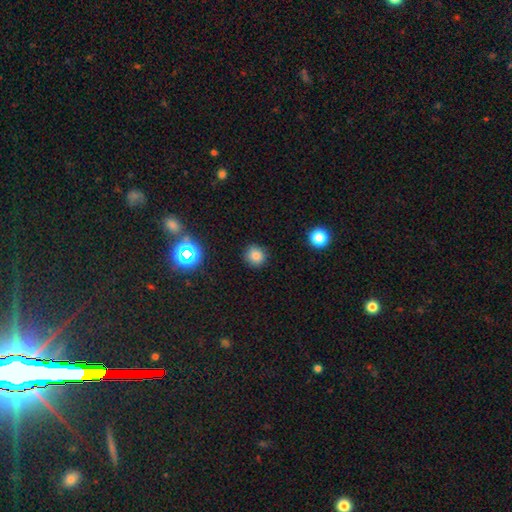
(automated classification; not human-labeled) Morphology: type=smooth (80%); roundness=round (91%); merging=none (88%).